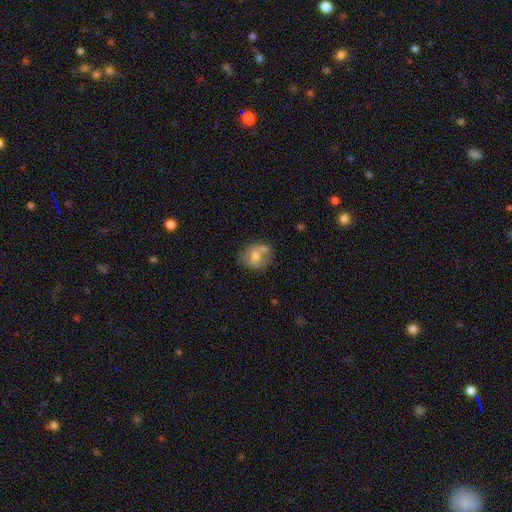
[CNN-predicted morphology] smooth_or_featured: smooth (p=0.61) [alt: featured or disk p=0.29]
how_rounded: round (p=0.59) [alt: in between p=0.40]
merging: none (p=0.50) [alt: merger p=0.24]